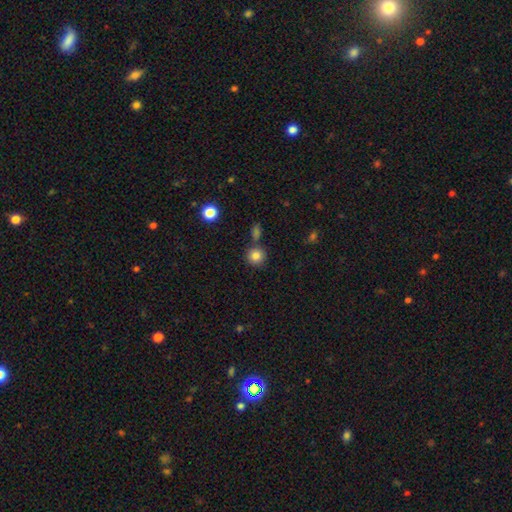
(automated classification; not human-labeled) Morphology: type=smooth (83%); roundness=round (92%); merging=none (77%).